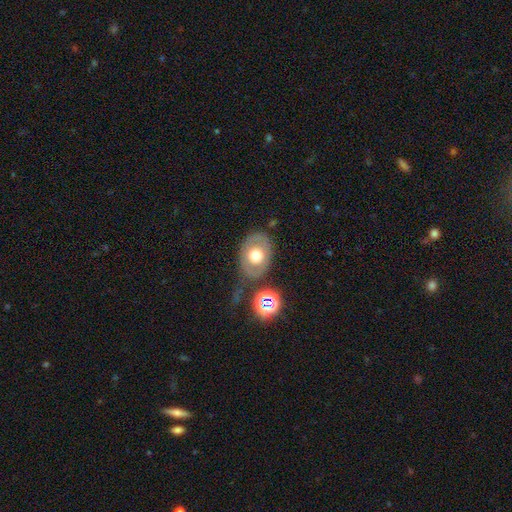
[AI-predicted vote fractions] Smooth or featured? smooth (51%)
How rounded? in between (65%)
Merging? none (73%)